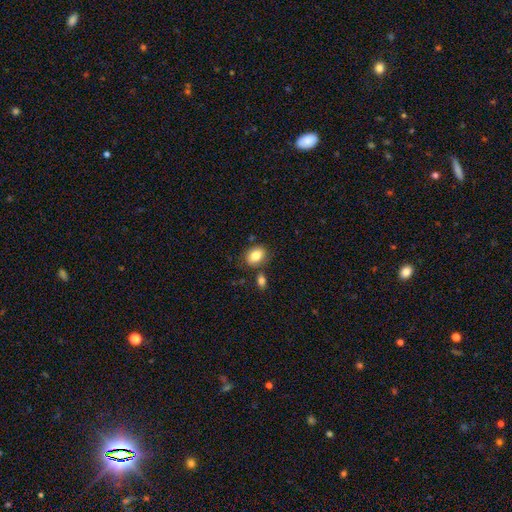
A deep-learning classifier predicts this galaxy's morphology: Smooth or featured? Predicted: smooth (p=0.83). How rounded? Predicted: in between (p=0.71). Merging? Predicted: none (p=0.73).